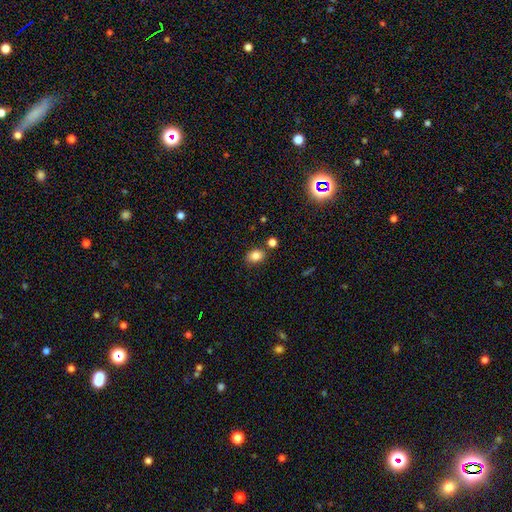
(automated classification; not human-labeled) smooth-or-featured: smooth: 84% | star or artifact: 11% | featured or disk: 6%
  how-rounded: in between: 67% | round: 32% | cigar-shaped: 1%
  merging: none: 80% | minor disturbance: 11% | merger: 7% | major disturbance: 3%